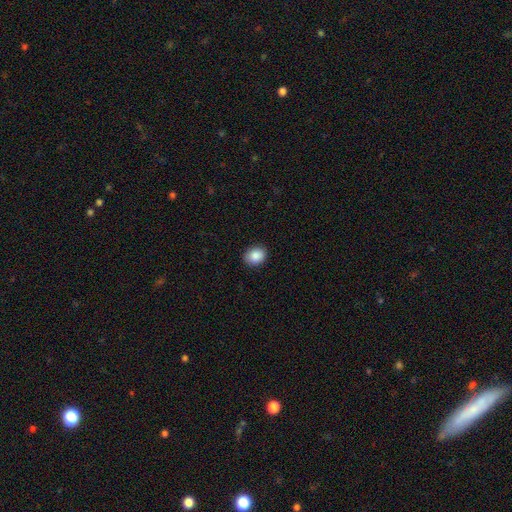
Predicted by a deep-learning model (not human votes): A smooth galaxy with no disk features (88%) that is in between round and cigar-shaped (52%).

Vote fractions:
- Smooth or featured? smooth: 88% / star or artifact: 8% / featured or disk: 4%
- How rounded? in between: 52% / round: 47% / cigar-shaped: 1%
- Merging? none: 88% / minor disturbance: 9% / major disturbance: 2% / merger: 1%